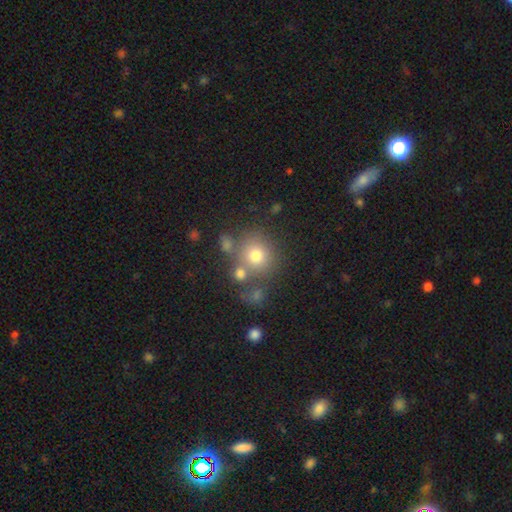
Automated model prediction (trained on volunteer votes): smooth 73%, star or artifact 14%, featured or disk 12%. Down the decision tree: how rounded — round (88%); merging — none (66%).